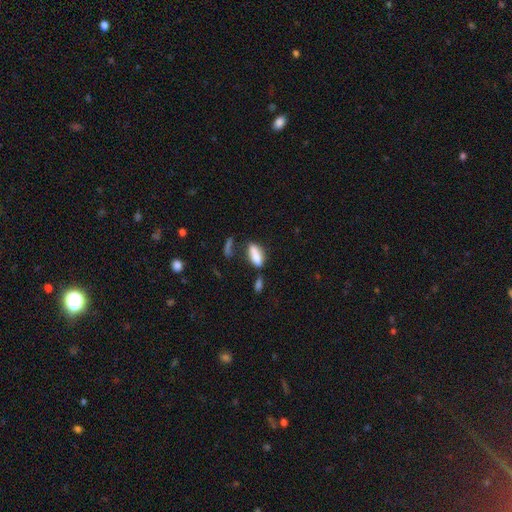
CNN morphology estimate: type=smooth (76%); roundness=in between (72%); merging=none (44%).